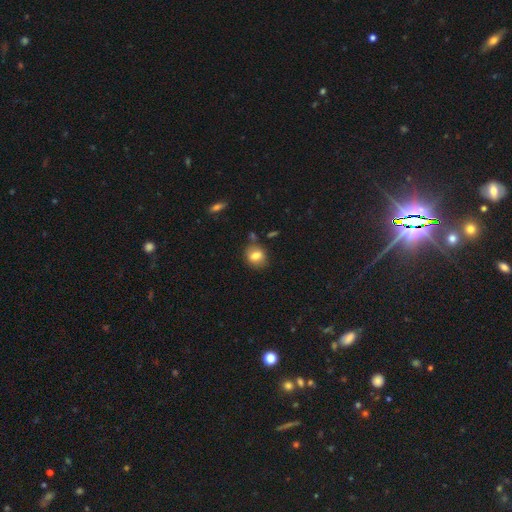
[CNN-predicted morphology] Overall: smooth (77%). How rounded: round (59%; in between 40%). Merging: none (73%).